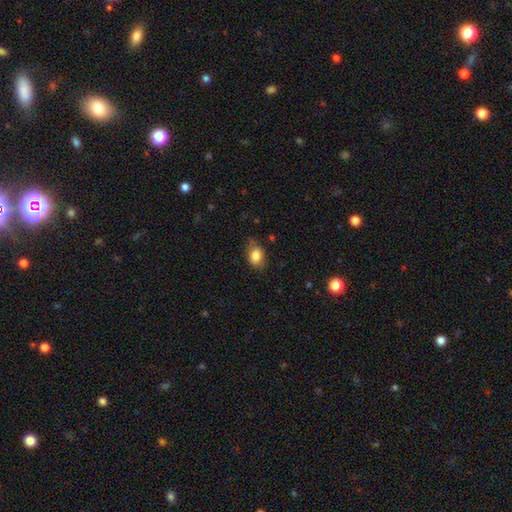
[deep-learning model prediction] A smooth galaxy with no disk features (84%) that is in between round and cigar-shaped (65%).

Vote fractions:
- Smooth or featured? smooth: 84% / star or artifact: 9% / featured or disk: 7%
- How rounded? in between: 65% / round: 34% / cigar-shaped: 1%
- Merging? none: 74% / minor disturbance: 20% / major disturbance: 4% / merger: 2%